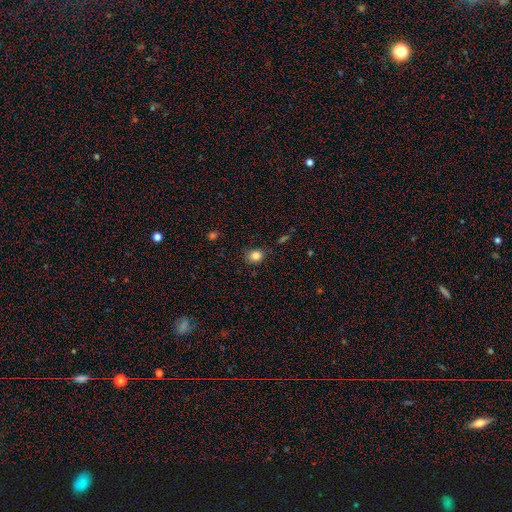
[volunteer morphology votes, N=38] Smooth or featured? smooth (84%)
How rounded? round (72%)
Merging? none (81%)